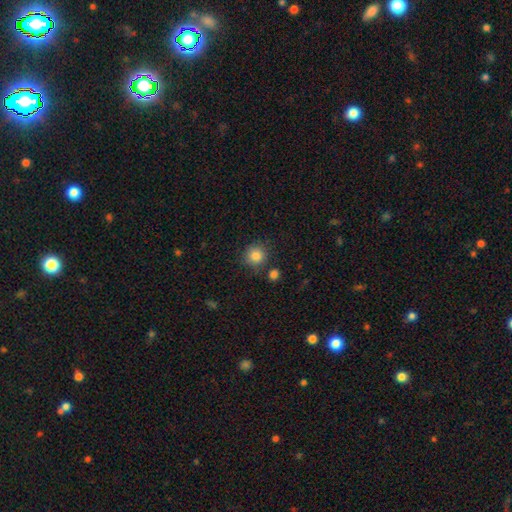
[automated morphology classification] smooth_or_featured: smooth (p=0.85) [alt: star or artifact p=0.10]
how_rounded: round (p=0.89) [alt: in between p=0.10]
merging: none (p=0.78) [alt: minor disturbance p=0.12]